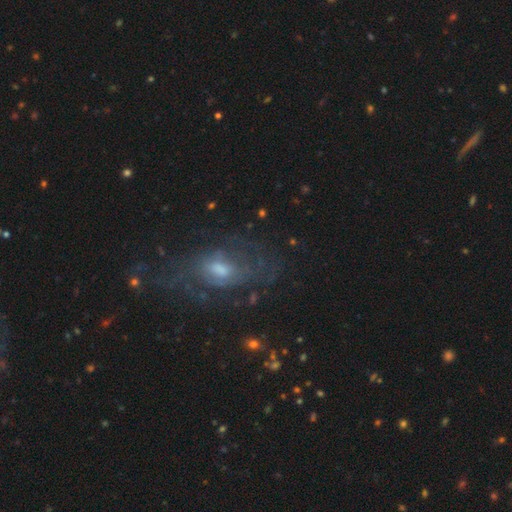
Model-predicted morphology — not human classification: featured or disk 45%, smooth 31%, star or artifact 25%. Down the decision tree: merging — none (67%).